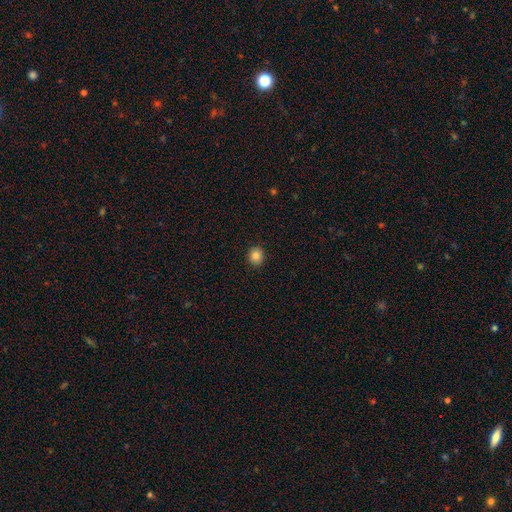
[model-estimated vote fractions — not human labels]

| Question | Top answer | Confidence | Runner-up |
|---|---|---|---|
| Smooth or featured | smooth | 84% | star or artifact (10%) |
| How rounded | round | 81% | in between (18%) |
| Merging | none | 91% | minor disturbance (6%) |